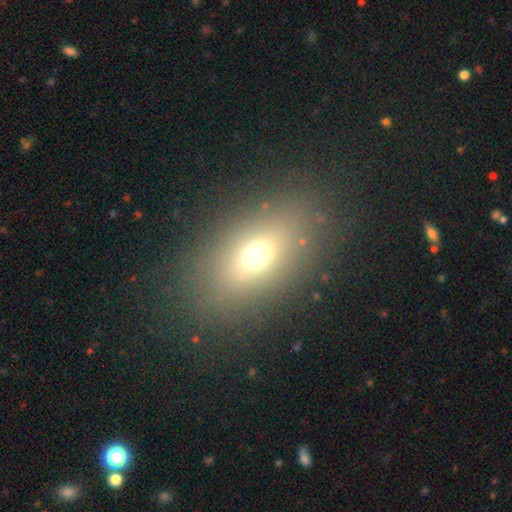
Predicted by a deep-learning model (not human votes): Morphology: type=smooth (67%); roundness=in between (79%); merging=none (83%).